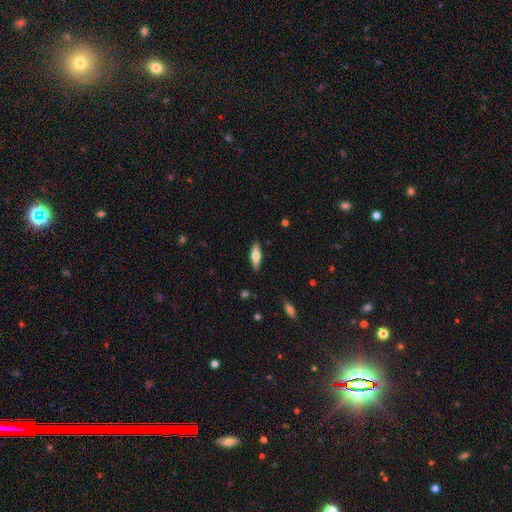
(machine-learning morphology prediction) A smooth galaxy with no disk features (64%) that is in between round and cigar-shaped (53%). Merging: none (87%).